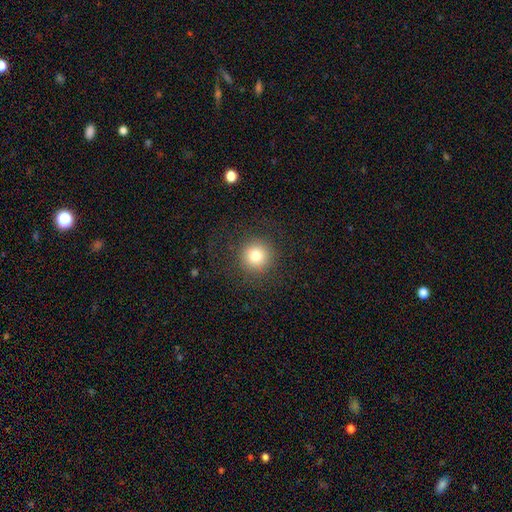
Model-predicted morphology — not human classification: A smooth galaxy with no disk features (78%) that is round (95%). Merging: none (87%).